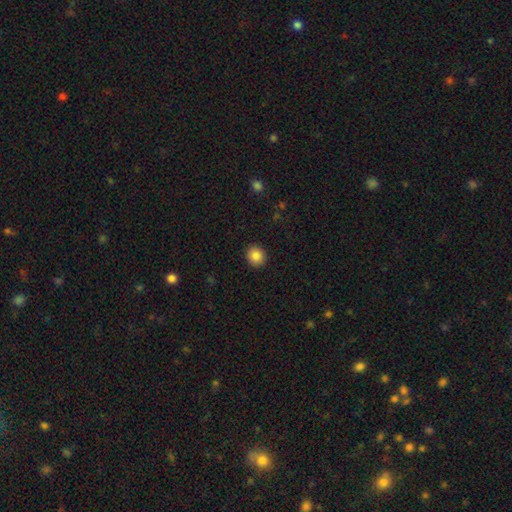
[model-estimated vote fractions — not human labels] Morphology: type=smooth (86%); roundness=round (82%); merging=none (92%).